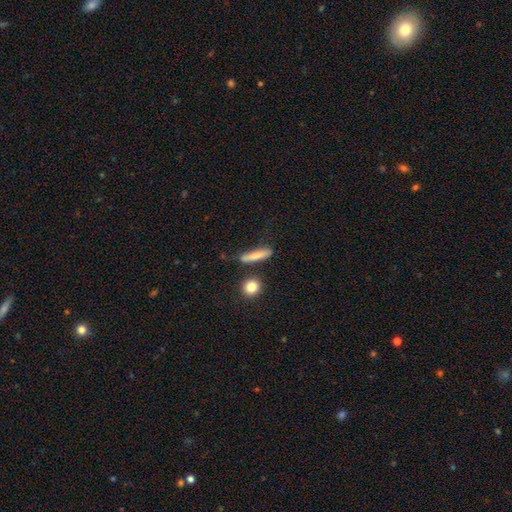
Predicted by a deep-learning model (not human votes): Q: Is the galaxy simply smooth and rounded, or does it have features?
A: smooth — 76%.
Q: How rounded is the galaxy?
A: cigar-shaped — 77%.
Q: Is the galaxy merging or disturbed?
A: none — 73%.